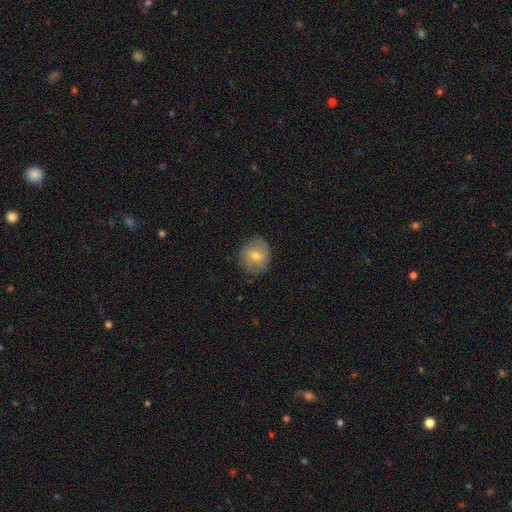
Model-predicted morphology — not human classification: smooth_or_featured: smooth (p=0.61) [alt: featured or disk p=0.31]
how_rounded: round (p=0.76) [alt: in between p=0.23]
merging: none (p=0.79) [alt: minor disturbance p=0.16]